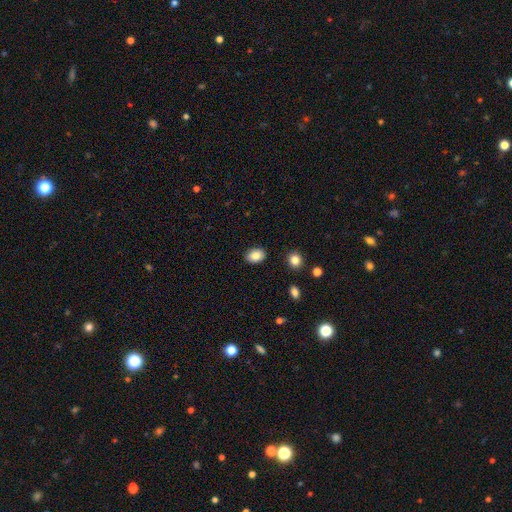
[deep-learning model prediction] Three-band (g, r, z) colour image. It shows a smooth galaxy with no disk features (86%) that is in between round and cigar-shaped (75%). Merging: none (88%).